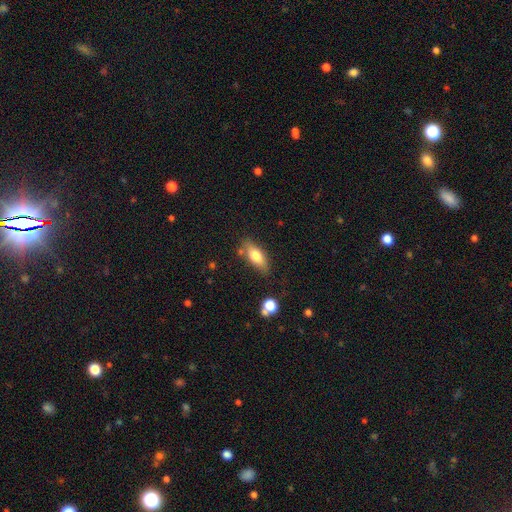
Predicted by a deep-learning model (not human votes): Smooth or featured?
  - smooth: 73% *
  - featured or disk: 20%
  - star or artifact: 7%
How rounded?
  - in between: 76% *
  - cigar-shaped: 21%
  - round: 4%
Merging?
  - none: 75% *
  - minor disturbance: 16%
  - merger: 5%
  - major disturbance: 4%